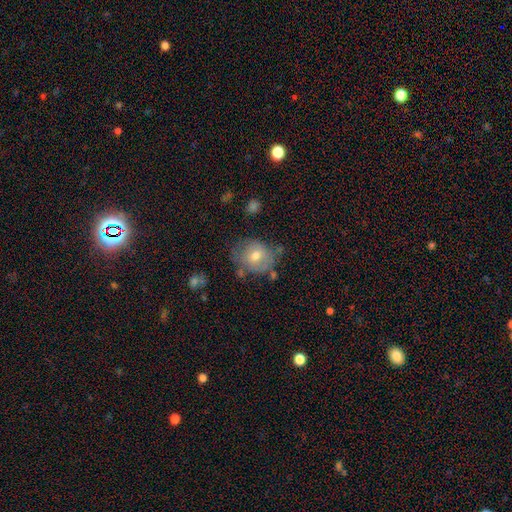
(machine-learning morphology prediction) Q: Smooth or featured?
A: smooth (61%); runner-up: featured or disk (30%)
Q: How rounded?
A: round (62%); runner-up: in between (37%)
Q: Merging?
A: none (55%); runner-up: minor disturbance (27%)